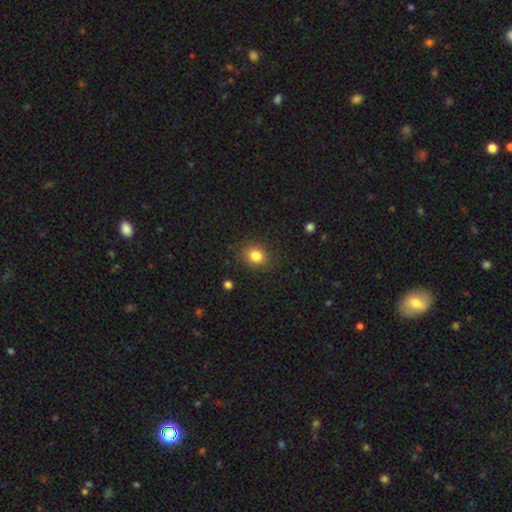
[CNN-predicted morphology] This is clearly a smooth galaxy (83%). How rounded: likely round (71%). Merging: clearly none (86%).